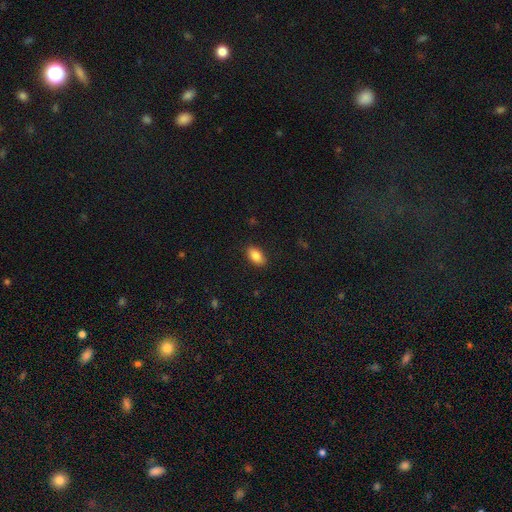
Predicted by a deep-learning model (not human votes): Smooth or featured? Predicted: smooth (p=0.87). How rounded? Predicted: in between (p=0.92). Merging? Predicted: none (p=0.88).